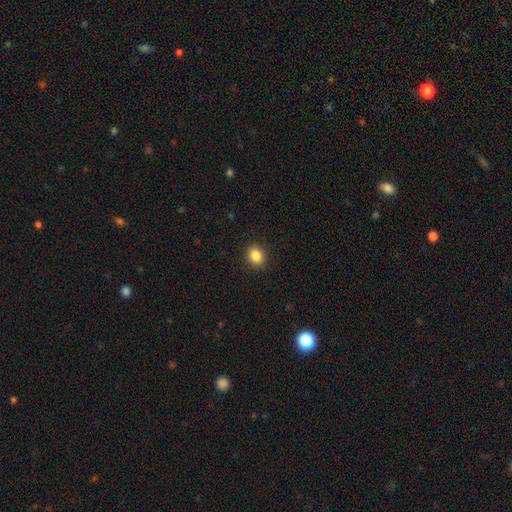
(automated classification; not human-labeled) This appears to be a smooth galaxy with no disk features (86%) that is round (51%). Merging: none (91%).